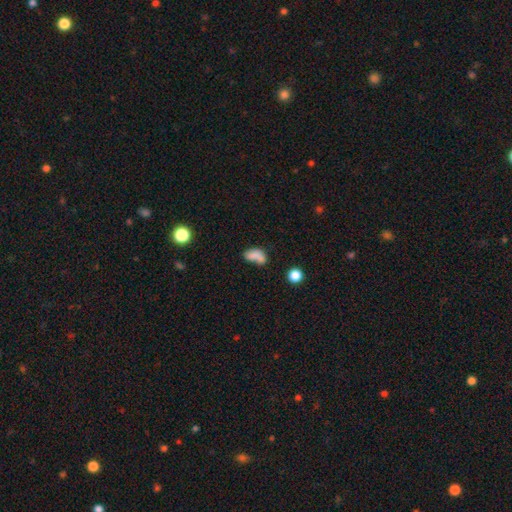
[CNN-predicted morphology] A smooth galaxy with no disk features (72%) that is in between round and cigar-shaped (86%). Merging: none (35%).